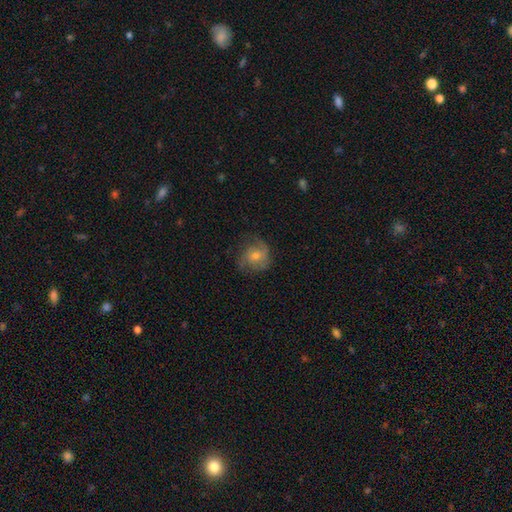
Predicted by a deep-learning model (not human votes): featured or disk 54%, smooth 34%, star or artifact 11%. Down the decision tree: edge-on disk — no (97%); bar — no (70%); spiral arms — yes (82%); bulge size — moderate (55%); merging — none (67%).